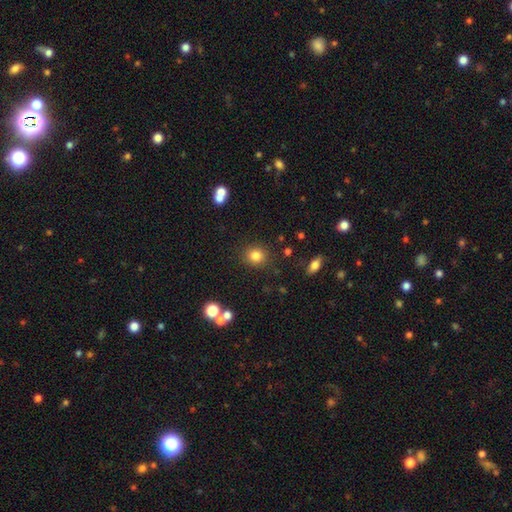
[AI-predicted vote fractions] Smooth or featured? smooth (82%)
How rounded? round (83%)
Merging? none (87%)